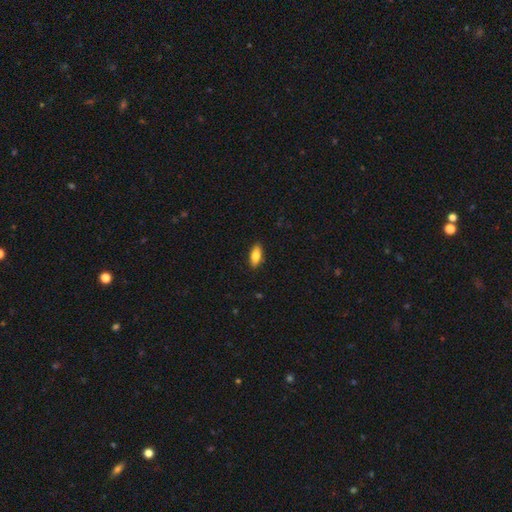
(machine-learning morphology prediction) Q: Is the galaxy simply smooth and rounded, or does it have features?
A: smooth — 80%.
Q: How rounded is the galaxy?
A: in between — 80%.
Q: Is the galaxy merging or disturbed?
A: none — 89%.